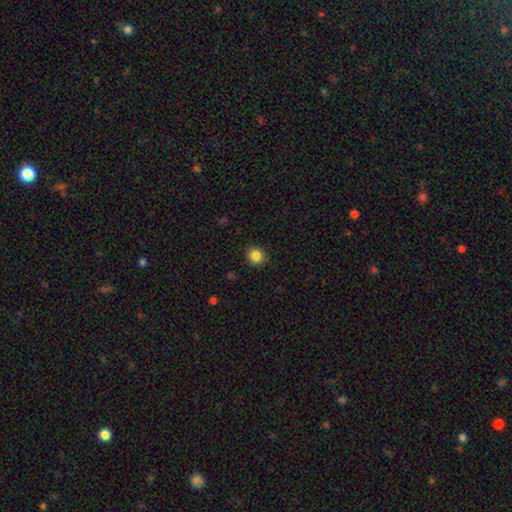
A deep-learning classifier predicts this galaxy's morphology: smooth_or_featured: smooth (p=0.85) [alt: star or artifact p=0.11]
how_rounded: round (p=0.92) [alt: in between p=0.08]
merging: none (p=0.91) [alt: minor disturbance p=0.06]